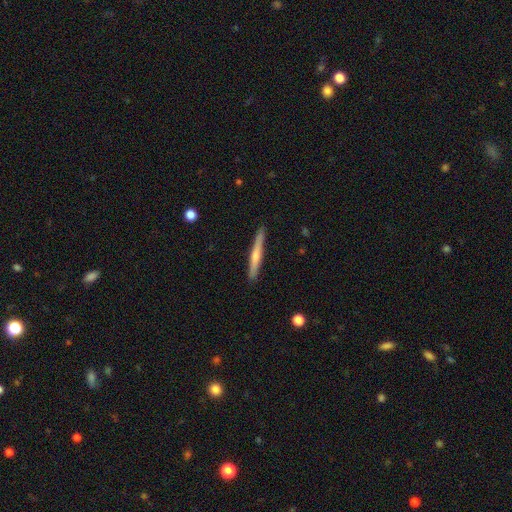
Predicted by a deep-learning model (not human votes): Smooth or featured: featured or disk — 59% (smooth — 35%)
Edge-on disk: yes — 97% (no — 3%)
Edge-on bulge: rounded — 74% (none — 22%)
Merging: none — 90% (minor disturbance — 7%)